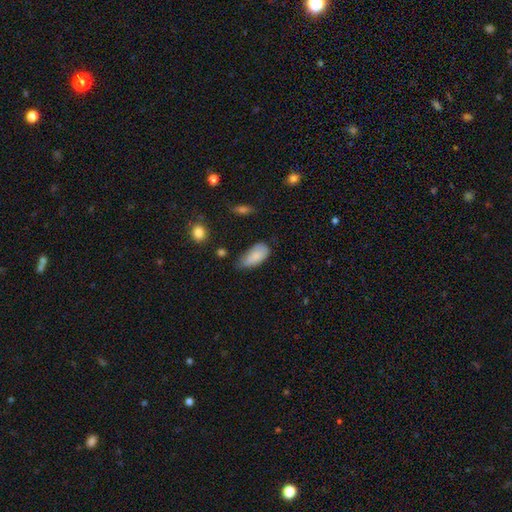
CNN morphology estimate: Smooth or featured?
  - smooth: 82% *
  - featured or disk: 11%
  - star or artifact: 7%
How rounded?
  - in between: 92% *
  - cigar-shaped: 6%
  - round: 2%
Merging?
  - minor disturbance: 44% *
  - none: 42%
  - major disturbance: 11%
  - merger: 3%